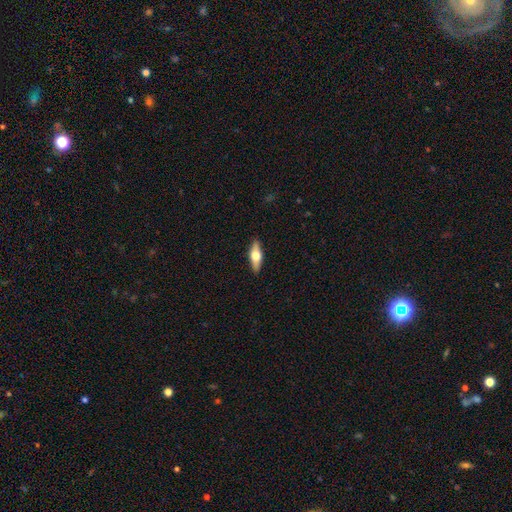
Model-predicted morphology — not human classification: Smooth or featured? featured or disk (52%)
Edge-on disk? yes (91%)
Merging? none (89%)